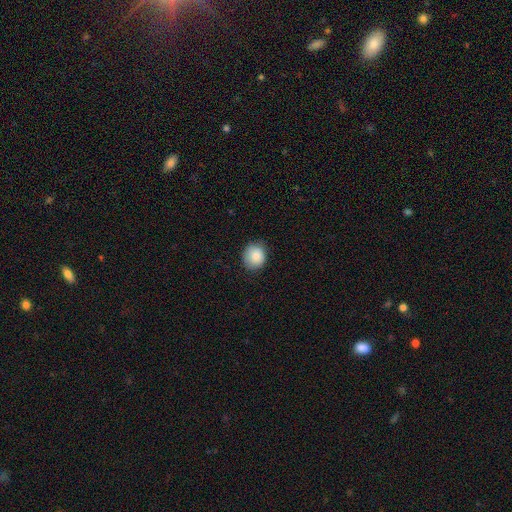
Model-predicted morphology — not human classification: type=smooth (86%); roundness=round (79%); merging=none (78%).